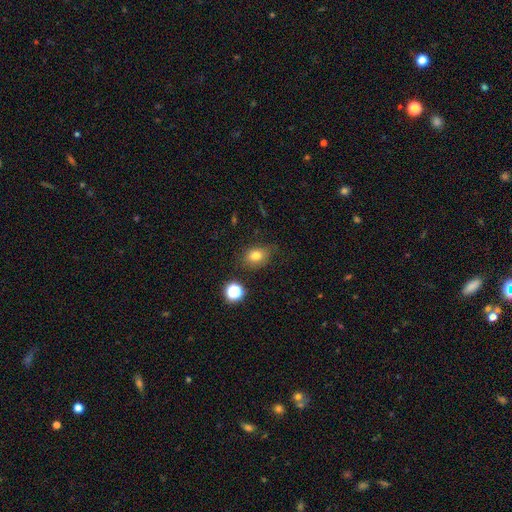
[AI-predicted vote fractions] Smooth or featured?
  - smooth: 77% *
  - star or artifact: 14%
  - featured or disk: 9%
How rounded?
  - in between: 57% *
  - round: 42%
  - cigar-shaped: 1%
Merging?
  - none: 73% *
  - minor disturbance: 19%
  - major disturbance: 5%
  - merger: 3%